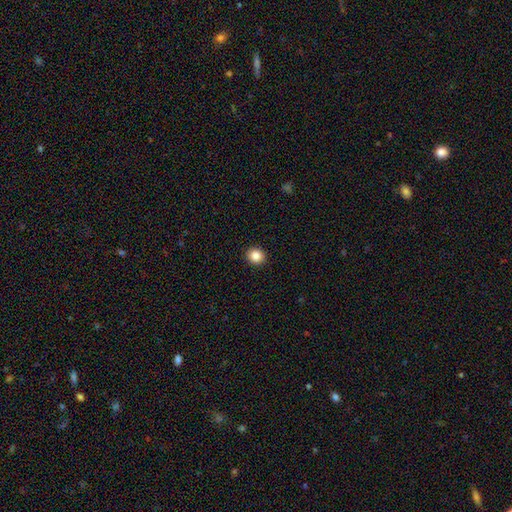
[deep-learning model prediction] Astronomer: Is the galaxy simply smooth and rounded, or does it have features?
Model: smooth — 86%.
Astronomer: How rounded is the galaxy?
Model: round — 87%.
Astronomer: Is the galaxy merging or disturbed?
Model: none — 93%.